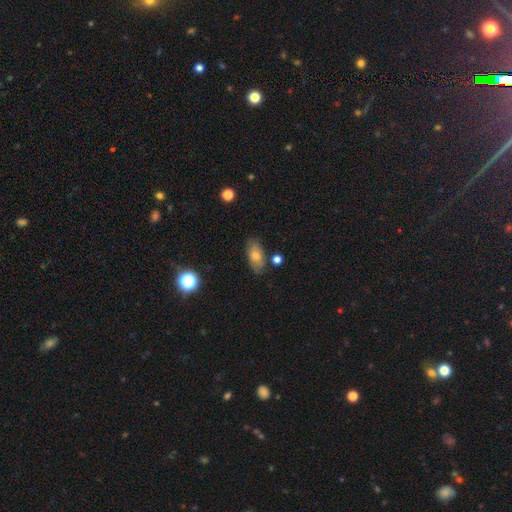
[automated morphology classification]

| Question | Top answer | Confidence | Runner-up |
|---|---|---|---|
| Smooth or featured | smooth | 65% | featured or disk (24%) |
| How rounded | in between | 89% | round (6%) |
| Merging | none | 78% | minor disturbance (15%) |